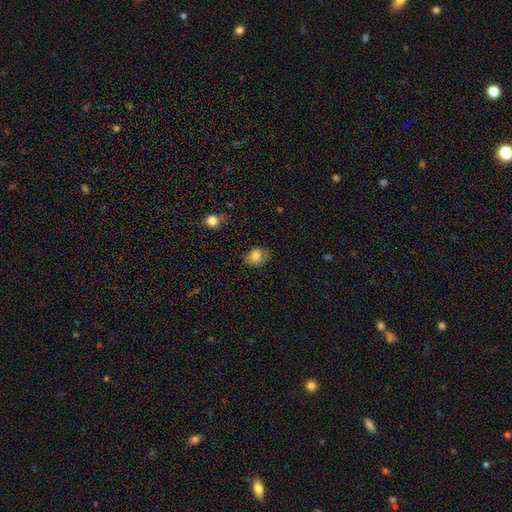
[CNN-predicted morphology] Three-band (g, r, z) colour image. It shows a smooth galaxy with no disk features (78%) that is in between round and cigar-shaped (54%). Merging: none (72%).